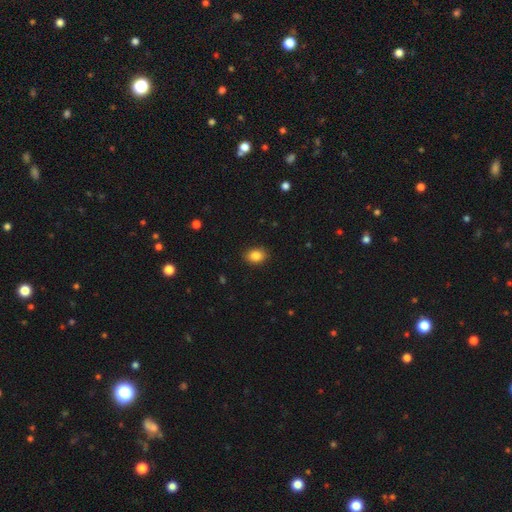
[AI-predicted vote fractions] Smooth or featured?
  - smooth: 86% *
  - star or artifact: 9%
  - featured or disk: 5%
How rounded?
  - in between: 73% *
  - round: 26%
  - cigar-shaped: 1%
Merging?
  - none: 88% *
  - minor disturbance: 8%
  - major disturbance: 2%
  - merger: 1%